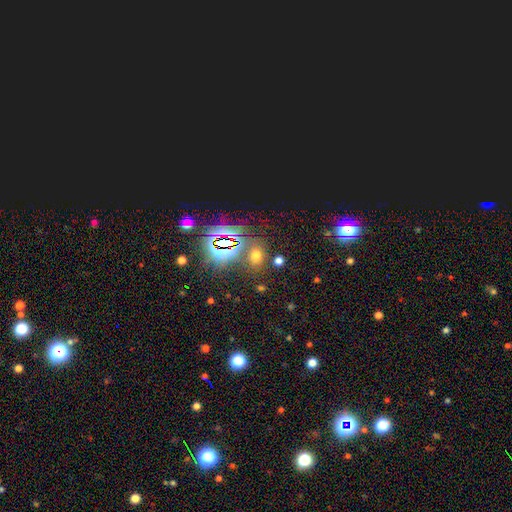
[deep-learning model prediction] A smooth galaxy with no disk features (47%). Merging: none (76%).